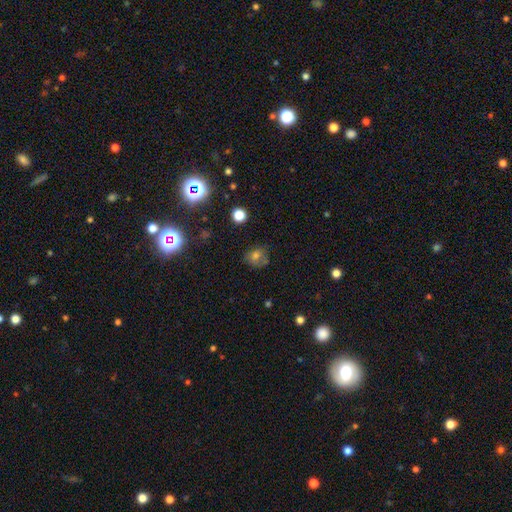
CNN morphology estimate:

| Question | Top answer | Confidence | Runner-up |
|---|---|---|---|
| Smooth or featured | smooth | 66% | star or artifact (18%) |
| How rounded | round | 65% | in between (34%) |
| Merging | none | 63% | minor disturbance (24%) |